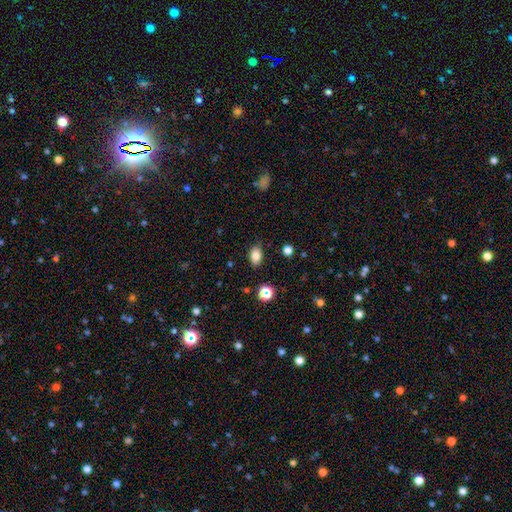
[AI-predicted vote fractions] This is clearly a smooth galaxy (82%). How rounded: clearly in between (85%). Merging: clearly none (84%).